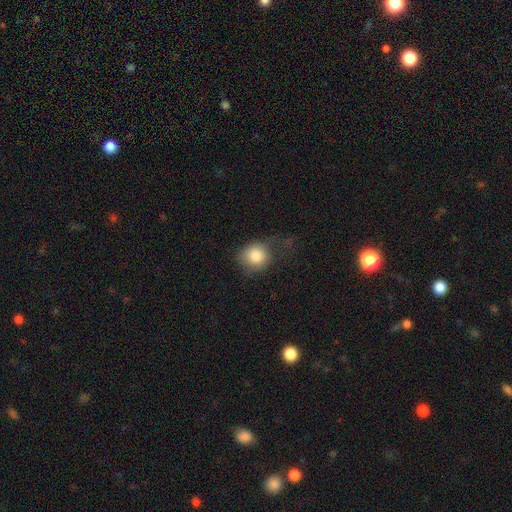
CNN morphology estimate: Smooth or featured: smooth — 83% (star or artifact — 9%)
How rounded: round — 76% (in between — 23%)
Merging: none — 48% (minor disturbance — 29%)